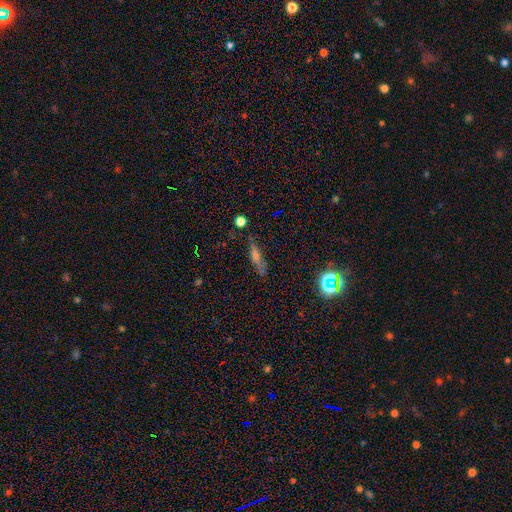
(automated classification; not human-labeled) The model was most divided on "smooth or featured": smooth: 41%, featured or disk: 37%, star or artifact: 22%. More confident: merging — none (72%).